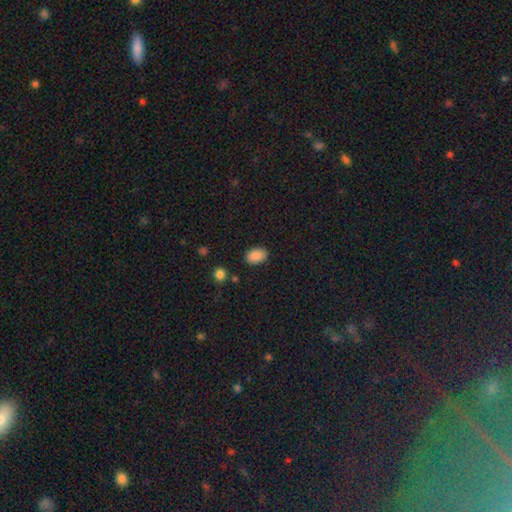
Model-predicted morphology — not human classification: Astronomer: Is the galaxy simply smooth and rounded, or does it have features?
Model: smooth — 88%.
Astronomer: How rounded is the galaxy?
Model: in between — 88%.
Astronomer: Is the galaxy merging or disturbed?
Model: none — 85%.